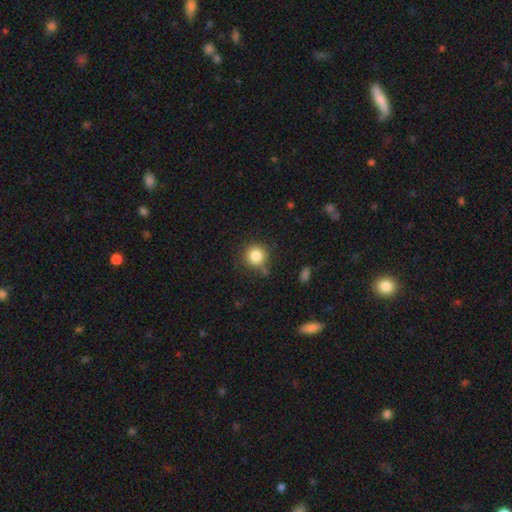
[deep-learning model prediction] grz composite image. It shows a smooth galaxy with no disk features (83%) that is round (93%). Merging: none (76%).